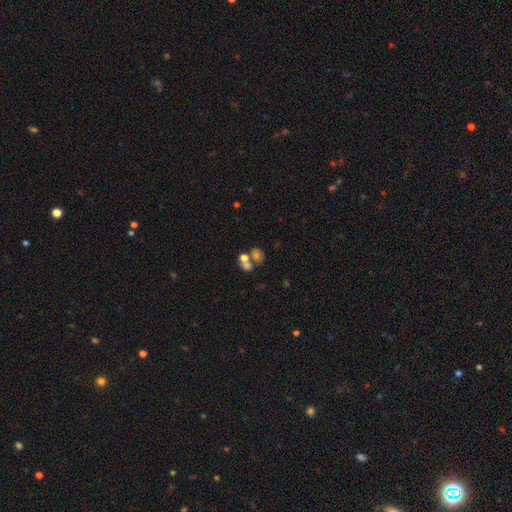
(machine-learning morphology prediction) Overall: smooth (50%; star or artifact 27%). How rounded: round (49%, tied with in between). Merging: merger (45%; none 39%).